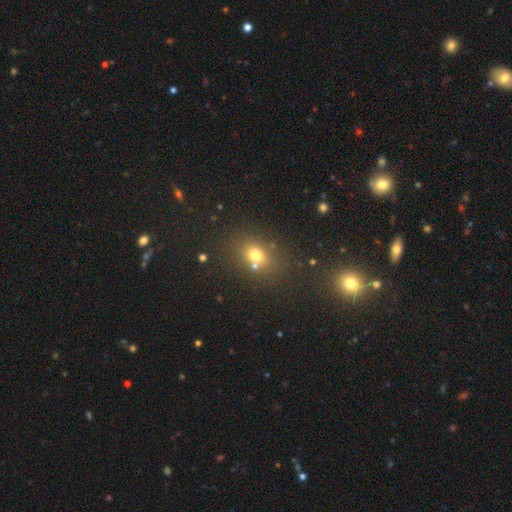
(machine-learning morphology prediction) Overall: smooth (70%). How rounded: round (51%; in between 48%). Merging: none (67%).